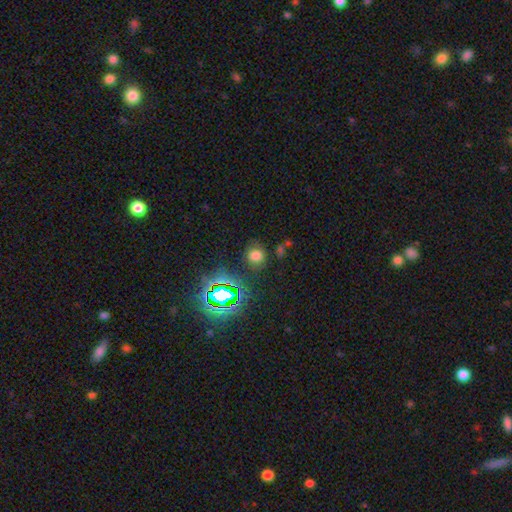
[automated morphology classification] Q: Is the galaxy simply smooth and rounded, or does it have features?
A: smooth — 65%.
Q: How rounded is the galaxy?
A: round — 79%.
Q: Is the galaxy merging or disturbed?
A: none — 78%.